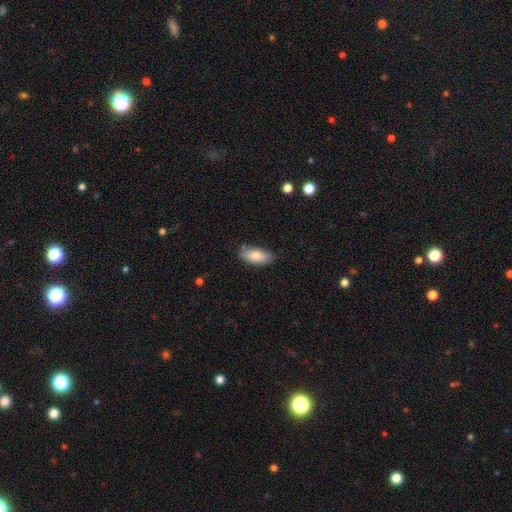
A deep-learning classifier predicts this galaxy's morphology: Smooth or featured? smooth (83%)
How rounded? in between (86%)
Merging? none (79%)